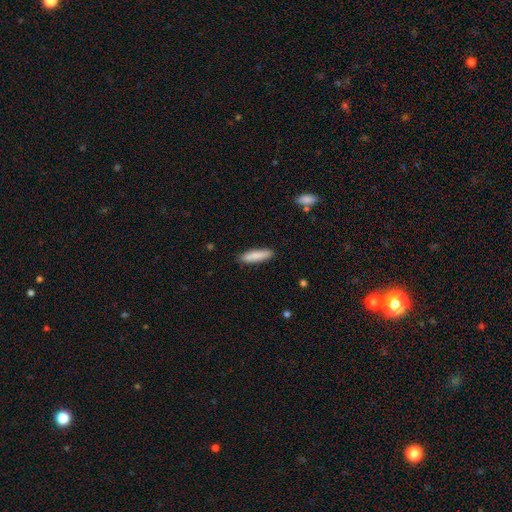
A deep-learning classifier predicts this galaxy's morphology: A smooth galaxy with no disk features (84%) that is cigar-shaped (70%). Merging: none (88%).